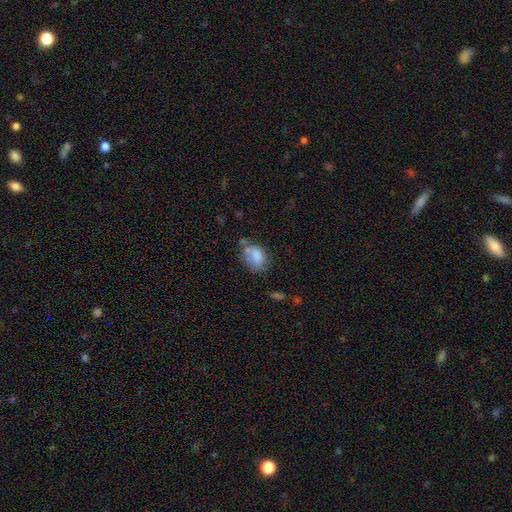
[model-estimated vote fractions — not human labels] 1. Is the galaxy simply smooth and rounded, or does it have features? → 76% smooth, 15% featured or disk, 9% star or artifact.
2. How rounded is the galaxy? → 69% in between, 29% round, 1% cigar-shaped.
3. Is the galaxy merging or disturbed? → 47% none, 30% minor disturbance, 12% major disturbance, 11% merger.